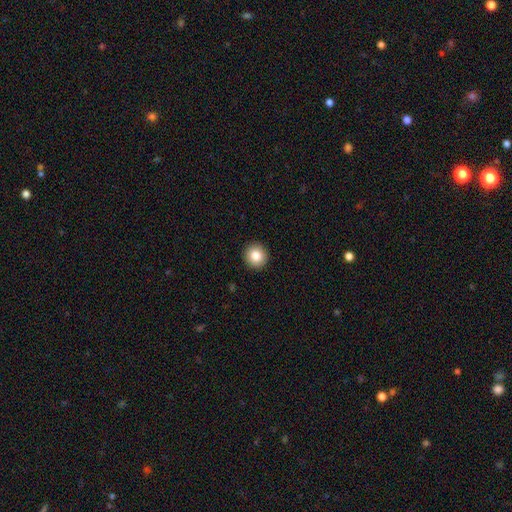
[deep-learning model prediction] Q: Smooth or featured?
A: smooth (84%); runner-up: star or artifact (9%)
Q: How rounded?
A: round (93%); runner-up: in between (6%)
Q: Merging?
A: none (93%); runner-up: minor disturbance (5%)